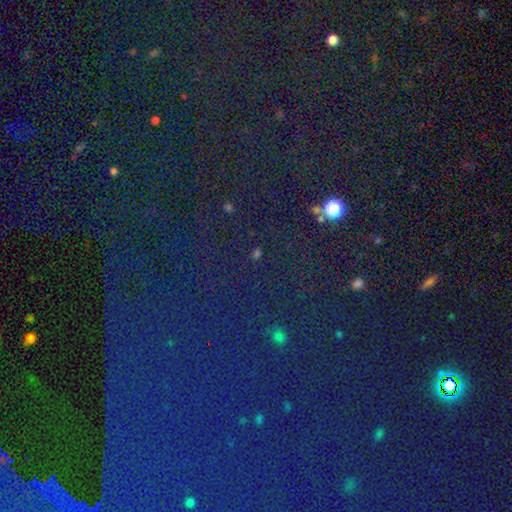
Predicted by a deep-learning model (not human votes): The model was most divided on "smooth or featured": star or artifact: 76%, smooth: 16%, featured or disk: 8%.